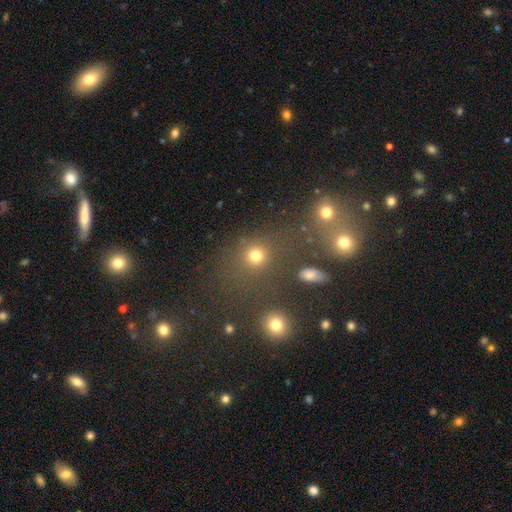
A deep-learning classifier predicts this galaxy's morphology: This appears to be a smooth galaxy with no disk features (74%) that is round (83%). Merging: none (72%).